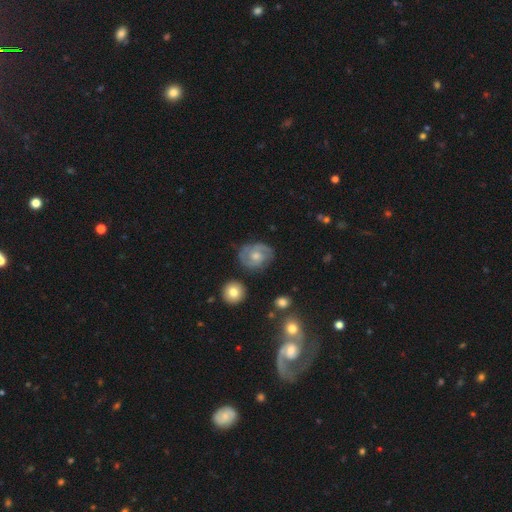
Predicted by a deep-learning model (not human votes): smooth-or-featured: featured or disk: 66% | smooth: 28% | star or artifact: 6%
  disk-edge-on: no: 97% | yes: 3%
    bar: no: 70% | weak: 27% | strong: 3%
    has-spiral-arms: yes: 85% | no: 15%
      spiral-winding: tight: 46% | medium: 41% | loose: 13%
      spiral-arm-count: 2: 62% | can't tell: 20% | 3: 9% | 1: 5% | 4: 2% | more than 4: 2%
    bulge-size: moderate: 62% | small: 26% | large: 6% | none: 4% | dominant: 1%
  merging: none: 72% | minor disturbance: 19% | major disturbance: 7% | merger: 2%